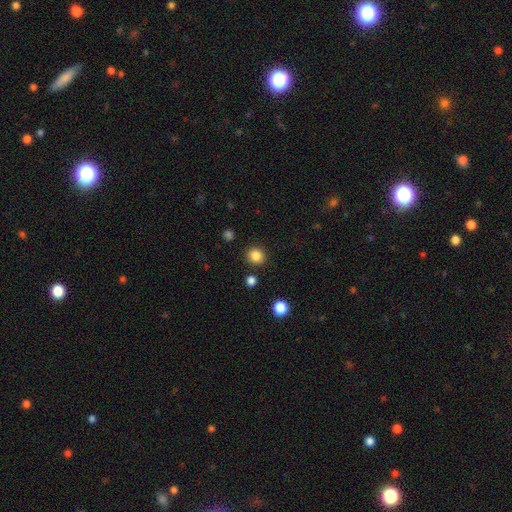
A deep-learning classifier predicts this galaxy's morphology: A smooth galaxy with no disk features (85%) that is round (88%).

Vote fractions:
- Smooth or featured? smooth: 85% / star or artifact: 11% / featured or disk: 4%
- How rounded? round: 88% / in between: 11% / cigar-shaped: 1%
- Merging? none: 89% / minor disturbance: 6% / merger: 2% / major disturbance: 2%